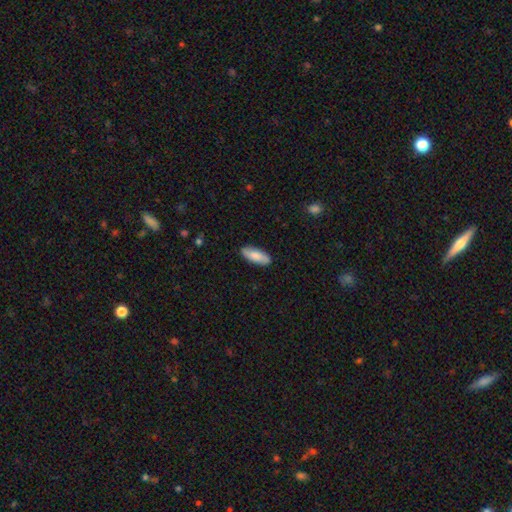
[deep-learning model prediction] Smooth or featured: smooth — 78% (featured or disk — 16%)
How rounded: in between — 76% (cigar-shaped — 22%)
Merging: none — 88% (minor disturbance — 9%)